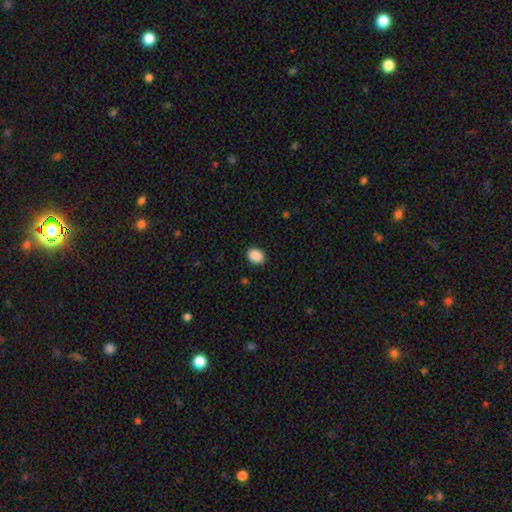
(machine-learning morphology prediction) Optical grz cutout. It shows a smooth galaxy with no disk features (90%) that is in between round and cigar-shaped (64%). Merging: none (90%).